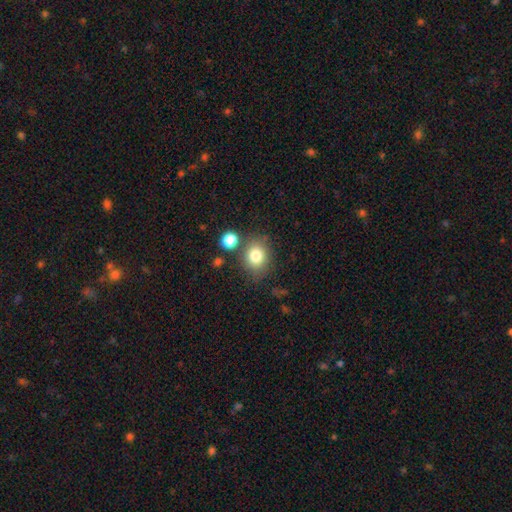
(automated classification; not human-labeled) Smooth or featured? Predicted: smooth (p=0.81). How rounded? Predicted: round (p=0.67). Merging? Predicted: none (p=0.74).